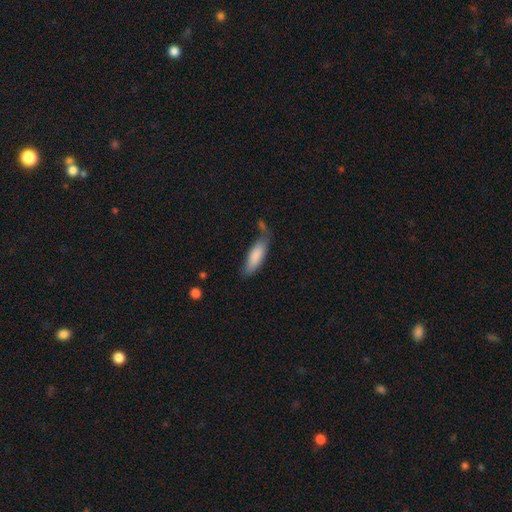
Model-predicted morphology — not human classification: smooth-or-featured: smooth: 84% | featured or disk: 11% | star or artifact: 6%
  how-rounded: in between: 53% | cigar-shaped: 45% | round: 2%
  merging: none: 58% | minor disturbance: 27% | merger: 8% | major disturbance: 8%